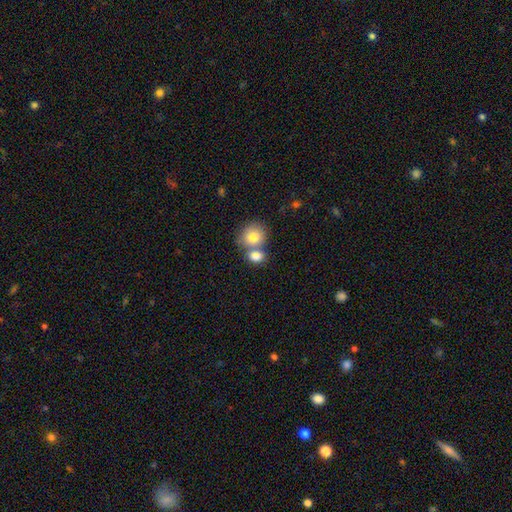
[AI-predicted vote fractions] smooth_or_featured: smooth (p=0.80) [alt: featured or disk p=0.11]
how_rounded: round (p=0.52) [alt: in between p=0.47]
merging: merger (p=0.53) [alt: none p=0.36]